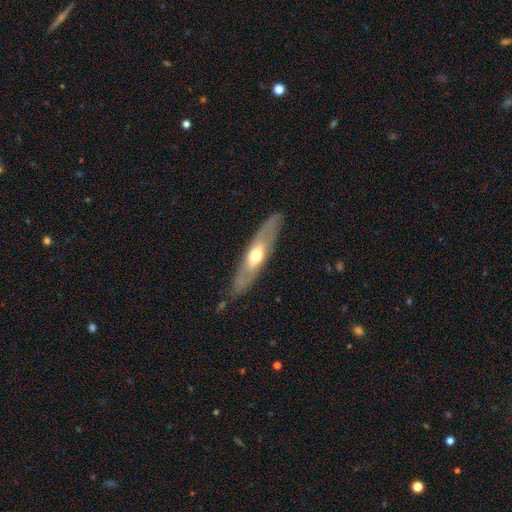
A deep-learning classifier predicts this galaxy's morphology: The model was most divided on "edge-on disk": yes: 55%, no: 45%. More confident: merging — none (84%); smooth or featured — featured or disk (55%).